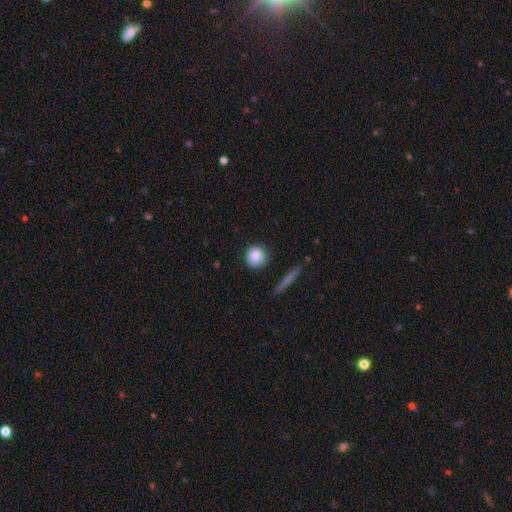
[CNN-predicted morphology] Q: Smooth or featured?
A: smooth (84%); runner-up: star or artifact (8%)
Q: How rounded?
A: round (93%); runner-up: in between (5%)
Q: Merging?
A: none (88%); runner-up: minor disturbance (8%)